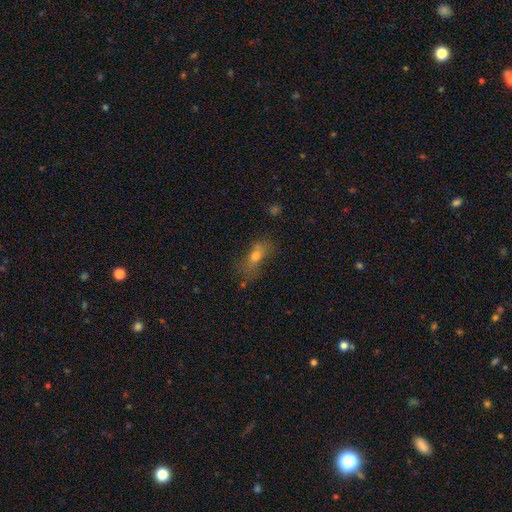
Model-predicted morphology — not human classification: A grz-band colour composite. It shows a smooth galaxy with no disk features (59%) that is in between round and cigar-shaped (68%). Merging: none (52%).